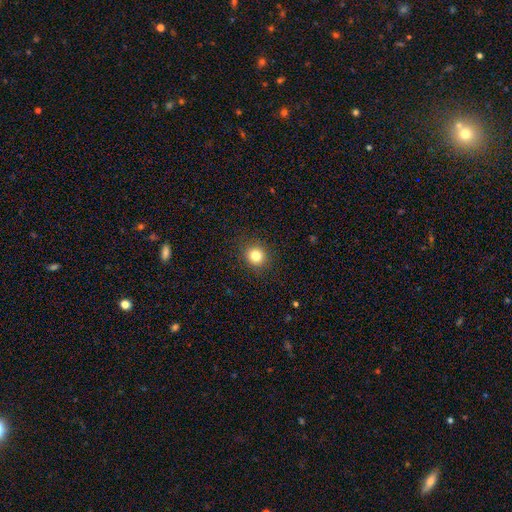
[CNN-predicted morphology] smooth_or_featured: smooth (p=0.82) [alt: star or artifact p=0.12]
how_rounded: round (p=0.88) [alt: in between p=0.12]
merging: none (p=0.90) [alt: minor disturbance p=0.06]